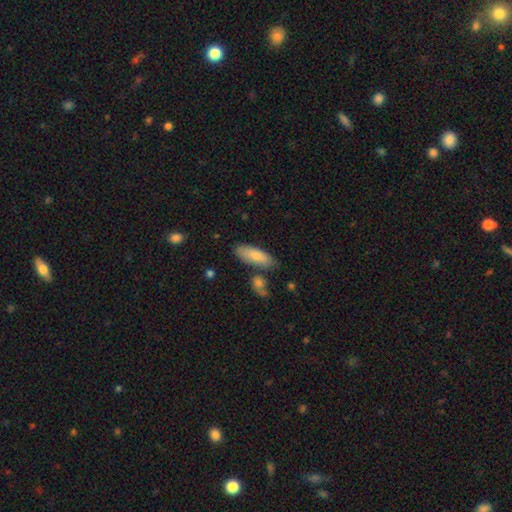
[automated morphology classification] Smooth or featured: smooth — 81% (featured or disk — 13%)
How rounded: in between — 67% (cigar-shaped — 31%)
Merging: none — 73% (minor disturbance — 15%)